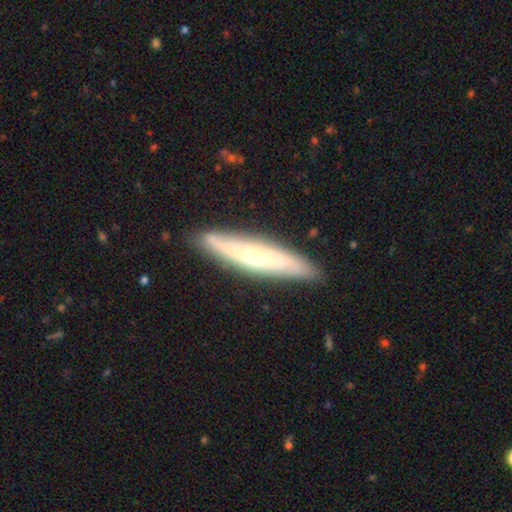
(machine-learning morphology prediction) Q: Smooth or featured?
A: featured or disk (53%); runner-up: smooth (41%)
Q: Edge-on disk?
A: yes (71%); runner-up: no (29%)
Q: Merging?
A: none (86%); runner-up: minor disturbance (10%)